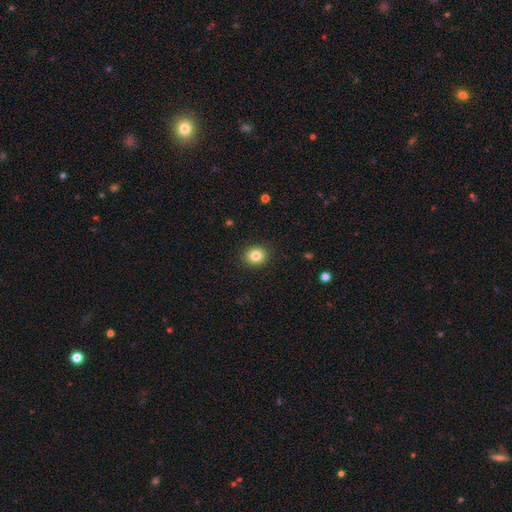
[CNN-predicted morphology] A smooth galaxy with no disk features (83%) that is round (76%).

Vote fractions:
- Smooth or featured? smooth: 83% / star or artifact: 10% / featured or disk: 6%
- How rounded? round: 76% / in between: 23% / cigar-shaped: 1%
- Merging? none: 90% / minor disturbance: 7% / major disturbance: 2% / merger: 1%